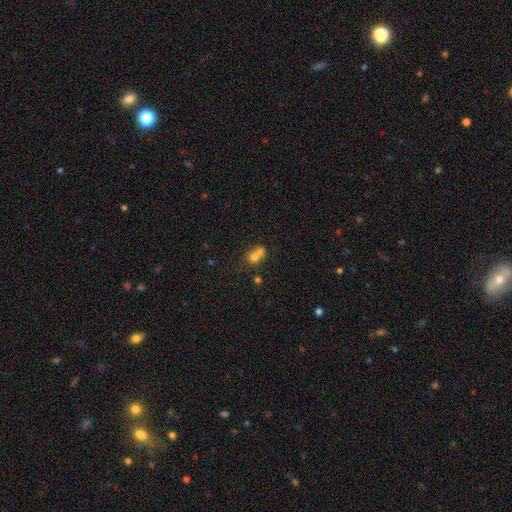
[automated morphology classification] A smooth galaxy with no disk features (70%) that is round (72%).

Vote fractions:
- Smooth or featured? smooth: 70% / featured or disk: 18% / star or artifact: 13%
- How rounded? round: 72% / in between: 27% / cigar-shaped: 1%
- Merging? merger: 65% / none: 26% / minor disturbance: 6% / major disturbance: 3%